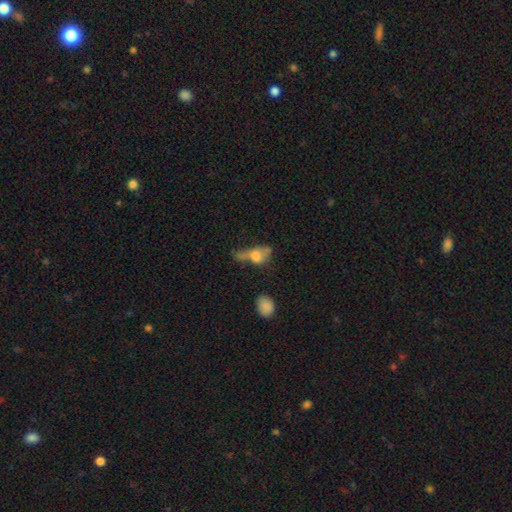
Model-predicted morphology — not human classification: This appears to be a smooth galaxy with no disk features (58%) that is in between round and cigar-shaped (70%). Merging: major disturbance (36%).